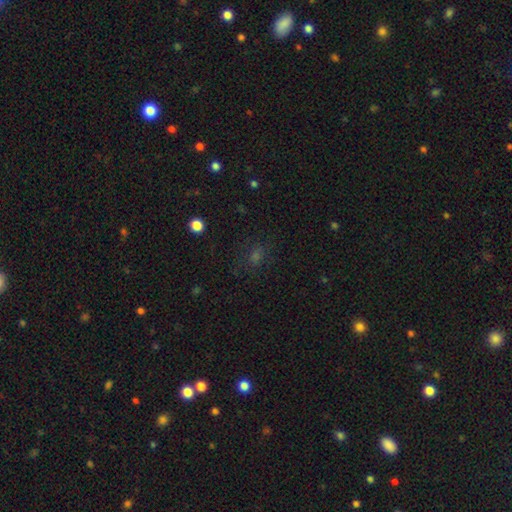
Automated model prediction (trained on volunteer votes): smooth 49%, star or artifact 39%, featured or disk 12%. Down the decision tree: merging — none (76%).